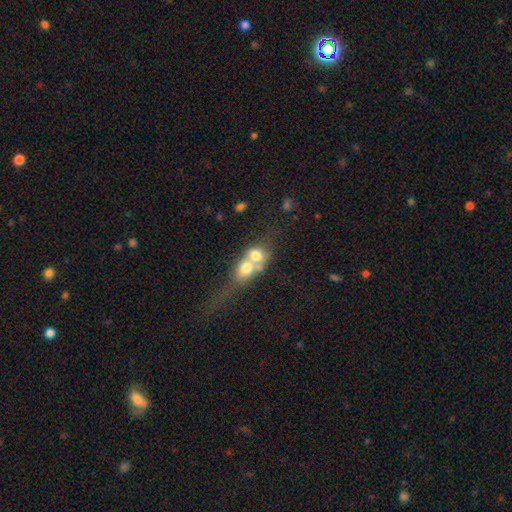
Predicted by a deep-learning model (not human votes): Overall: smooth (61%; featured or disk 29%). How rounded: round (48%; in between 46%). Merging: merger (79%).